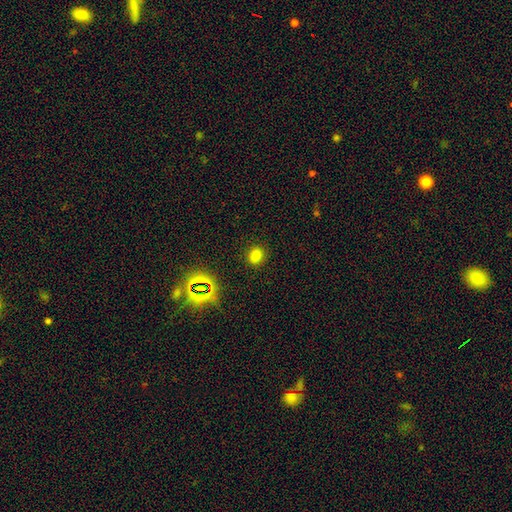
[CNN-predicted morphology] smooth 75%, star or artifact 20%, featured or disk 5%. Down the decision tree: how rounded — round (50%); merging — none (87%).